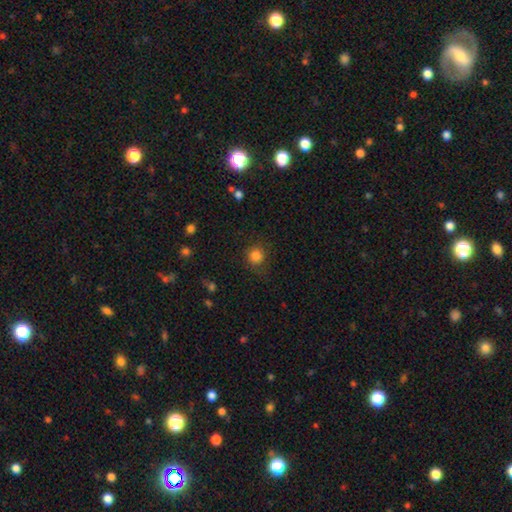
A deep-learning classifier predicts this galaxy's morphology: Overall: smooth (84%). How rounded: round (90%). Merging: none (80%).